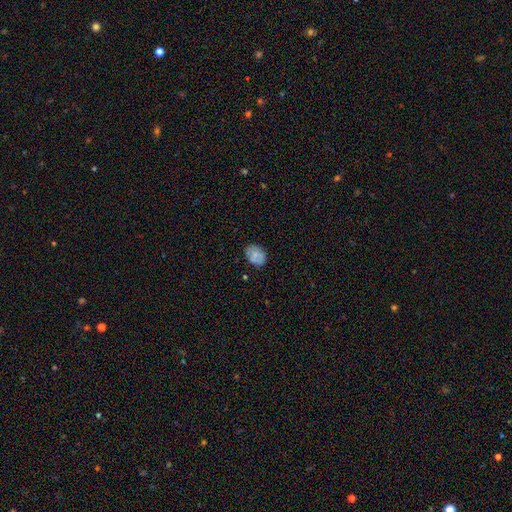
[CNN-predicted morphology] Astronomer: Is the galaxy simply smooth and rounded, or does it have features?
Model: smooth — 66%.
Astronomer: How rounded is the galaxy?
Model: in between — 64%.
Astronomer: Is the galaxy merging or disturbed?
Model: none — 75%.